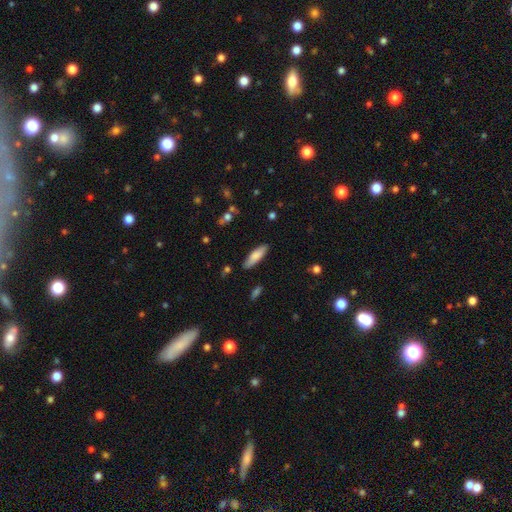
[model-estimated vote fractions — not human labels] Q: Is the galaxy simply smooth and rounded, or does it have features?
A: smooth — 79%.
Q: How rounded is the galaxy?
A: cigar-shaped — 56%.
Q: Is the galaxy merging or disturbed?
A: none — 86%.